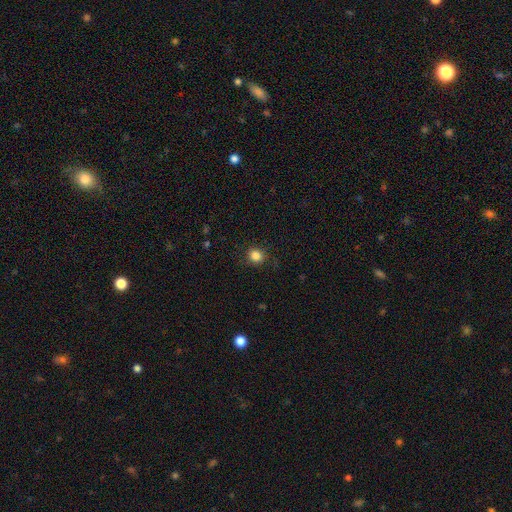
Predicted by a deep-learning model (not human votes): Smooth or featured: smooth — 84% (star or artifact — 11%)
How rounded: round — 84% (in between — 15%)
Merging: none — 88% (minor disturbance — 9%)